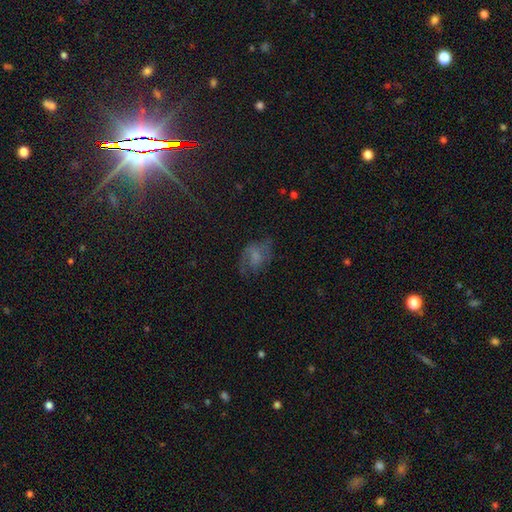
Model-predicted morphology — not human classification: Q: Smooth or featured?
A: featured or disk (43%); runner-up: smooth (40%)
Q: Merging?
A: none (51%); runner-up: minor disturbance (24%)